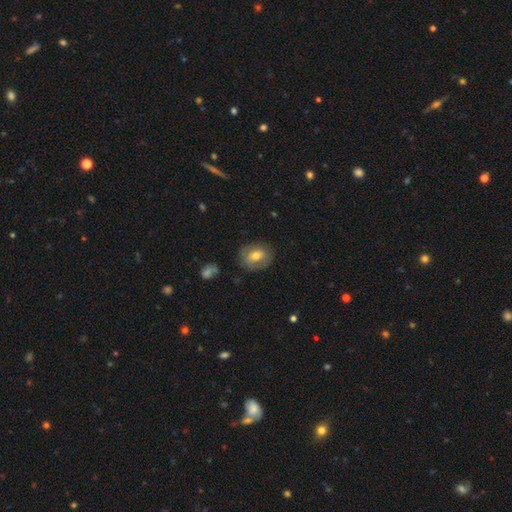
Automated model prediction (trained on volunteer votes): A smooth galaxy with no disk features (64%) that is round (51%).

Vote fractions:
- Smooth or featured? smooth: 64% / featured or disk: 28% / star or artifact: 8%
- How rounded? round: 51% / in between: 48% / cigar-shaped: 1%
- Merging? none: 78% / minor disturbance: 16% / major disturbance: 5% / merger: 2%